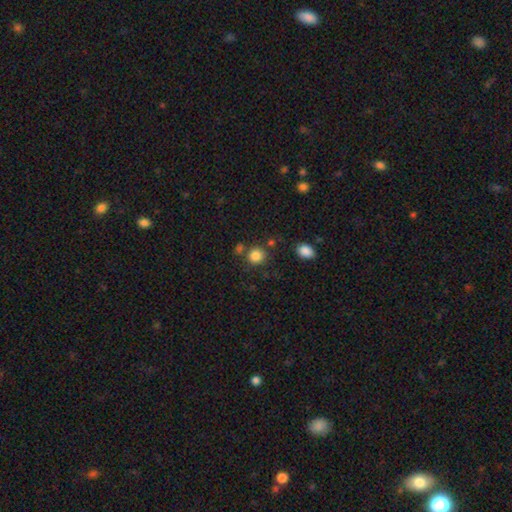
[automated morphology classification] Overall: smooth (84%). How rounded: round (86%). Merging: none (75%).